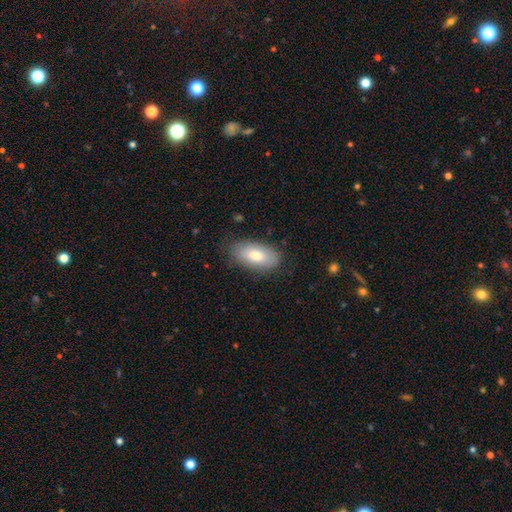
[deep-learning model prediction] Smooth or featured?
  - smooth: 75% *
  - featured or disk: 18%
  - star or artifact: 7%
How rounded?
  - in between: 92% *
  - cigar-shaped: 5%
  - round: 4%
Merging?
  - none: 80% *
  - minor disturbance: 15%
  - major disturbance: 4%
  - merger: 1%